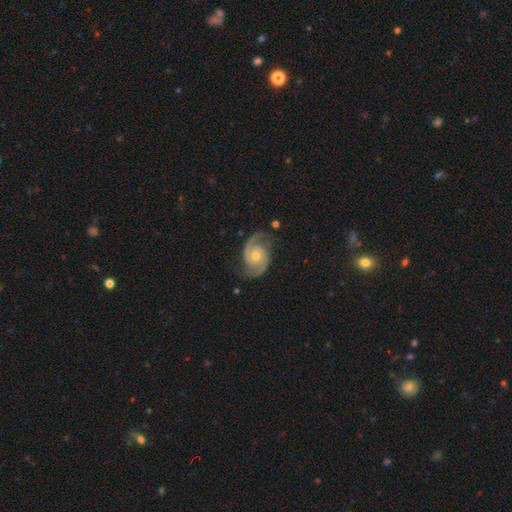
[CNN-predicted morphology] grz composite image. It shows a featured or disk galaxy (90%) with no bar (72%), 2 (93%) medium (52%) spiral arms (98%) and a moderate central bulge (50%). Merging: none (77%).